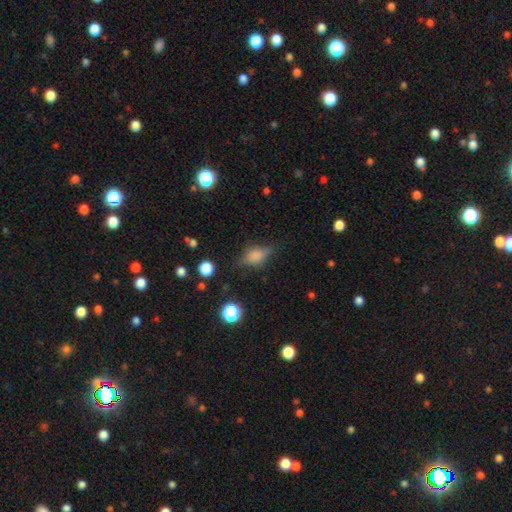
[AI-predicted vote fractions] smooth 68%, featured or disk 19%, star or artifact 13%. Down the decision tree: how rounded — in between (75%); merging — none (66%).